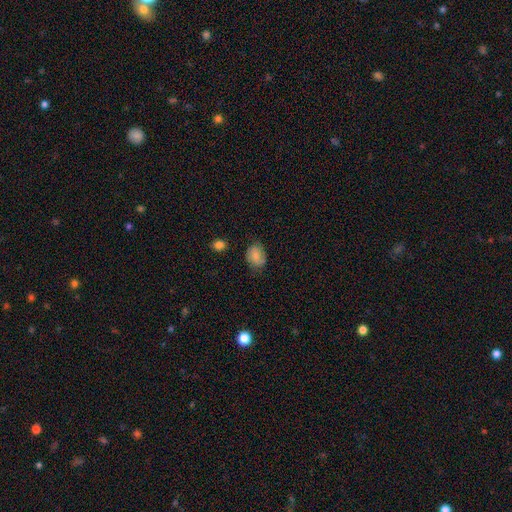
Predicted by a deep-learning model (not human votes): Smooth or featured?
  - smooth: 81% *
  - featured or disk: 10%
  - star or artifact: 9%
How rounded?
  - in between: 68% *
  - round: 31%
  - cigar-shaped: 1%
Merging?
  - none: 70% *
  - minor disturbance: 23%
  - major disturbance: 5%
  - merger: 2%